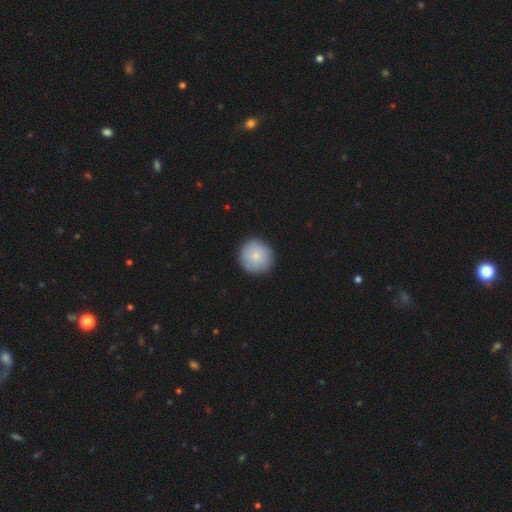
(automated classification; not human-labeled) Smooth or featured? Predicted: smooth (p=0.81). How rounded? Predicted: round (p=0.95). Merging? Predicted: none (p=0.89).